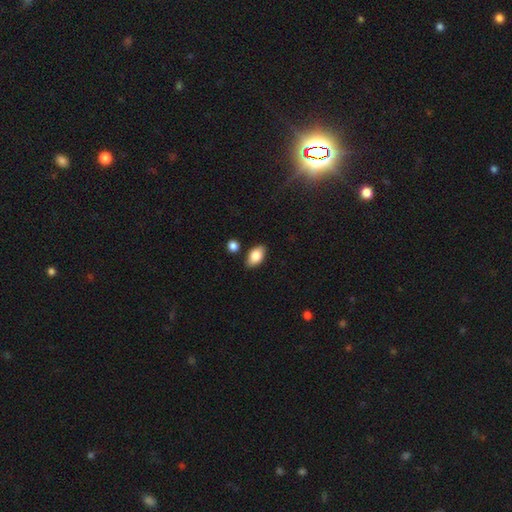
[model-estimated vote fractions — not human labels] Overall: smooth (82%). How rounded: in between (91%). Merging: none (81%).